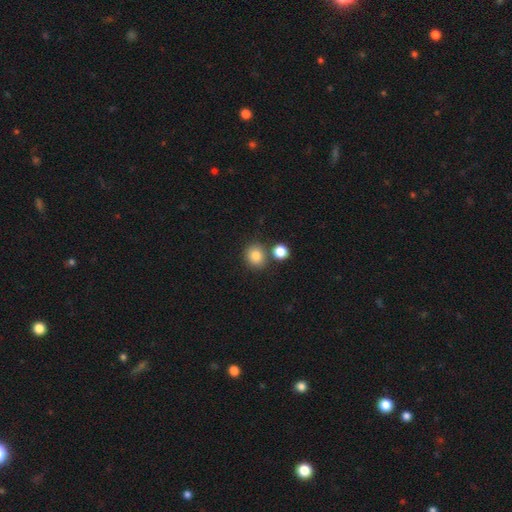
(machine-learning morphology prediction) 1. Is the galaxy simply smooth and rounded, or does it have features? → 83% smooth, 11% star or artifact, 6% featured or disk.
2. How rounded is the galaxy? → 80% round, 19% in between, 1% cigar-shaped.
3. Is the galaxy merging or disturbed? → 74% none, 14% merger, 9% minor disturbance, 3% major disturbance.